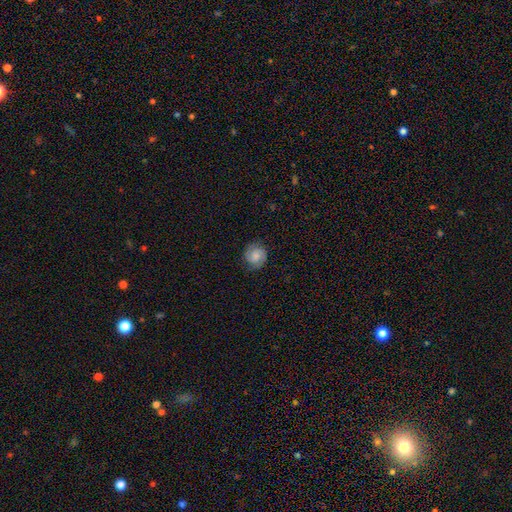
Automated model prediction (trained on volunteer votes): Smooth or featured? featured or disk (46%)
Merging? none (83%)